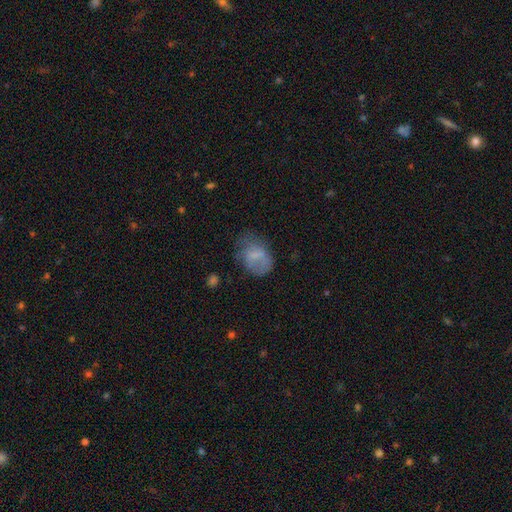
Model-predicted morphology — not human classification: The model was most divided on "merging": none: 46%, minor disturbance: 29%, major disturbance: 22%, merger: 3%. More confident: how rounded — in between (74%); smooth or featured — smooth (63%).